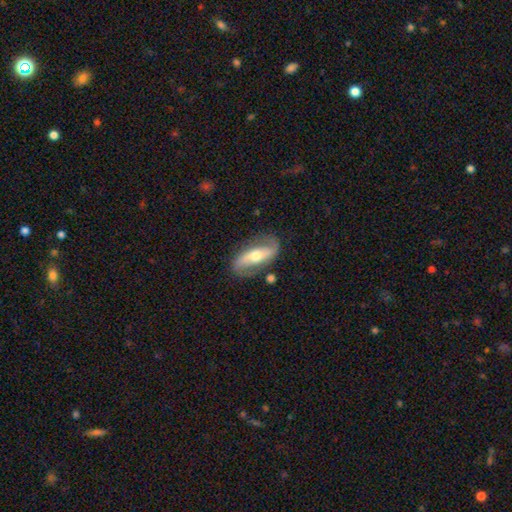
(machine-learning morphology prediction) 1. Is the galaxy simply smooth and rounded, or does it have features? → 78% featured or disk, 17% smooth, 5% star or artifact.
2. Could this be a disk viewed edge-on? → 90% no, 10% yes.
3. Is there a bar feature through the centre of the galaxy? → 43% strong, 32% no, 25% weak.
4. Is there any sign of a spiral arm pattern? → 88% yes, 12% no.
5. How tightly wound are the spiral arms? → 47% loose, 35% medium, 18% tight.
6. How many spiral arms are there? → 89% 2, 4% can't tell, 4% 1, 1% 3, 1% 4, 1% more than 4.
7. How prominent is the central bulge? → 70% moderate, 21% small, 7% large, 1% dominant, 1% none.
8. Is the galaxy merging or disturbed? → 77% none, 15% minor disturbance, 6% major disturbance, 3% merger.